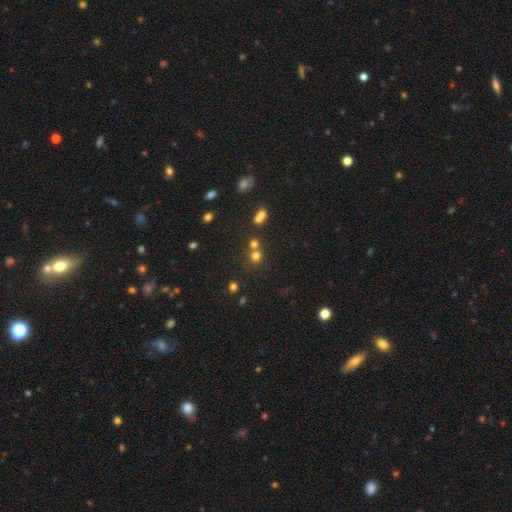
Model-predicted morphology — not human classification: Smooth or featured? Predicted: smooth (p=0.68). How rounded? Predicted: round (p=0.88). Merging? Predicted: none (p=0.57).